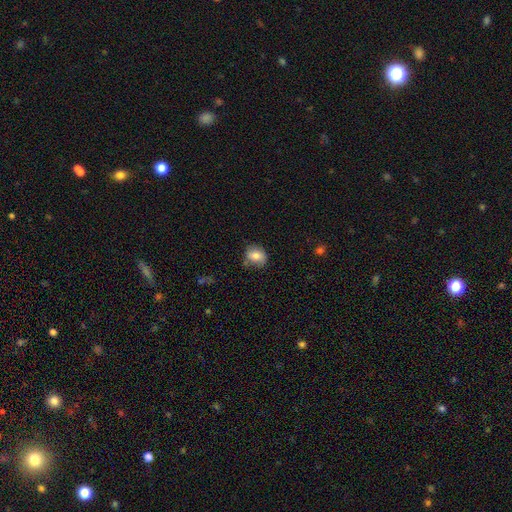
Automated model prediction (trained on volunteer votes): A smooth galaxy with no disk features (79%) that is round (57%). Merging: none (73%).